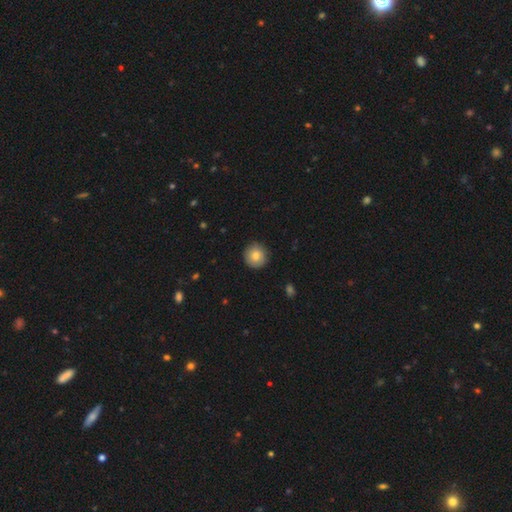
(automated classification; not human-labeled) Smooth or featured?
  - smooth: 80% *
  - featured or disk: 11%
  - star or artifact: 8%
How rounded?
  - round: 93% *
  - in between: 6%
  - cigar-shaped: 1%
Merging?
  - none: 88% *
  - minor disturbance: 9%
  - major disturbance: 2%
  - merger: 1%